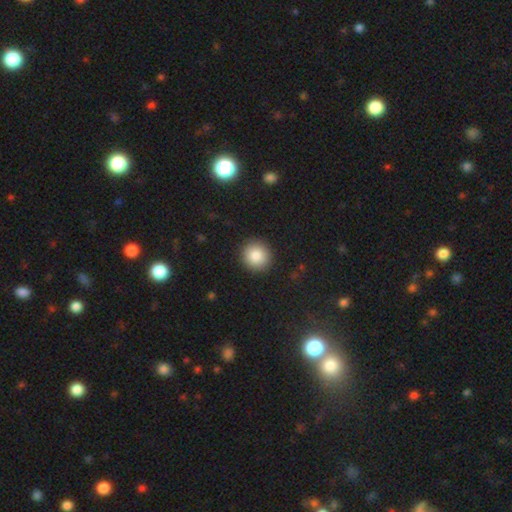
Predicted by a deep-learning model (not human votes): Smooth or featured? Predicted: smooth (p=0.86). How rounded? Predicted: round (p=0.93). Merging? Predicted: none (p=0.92).